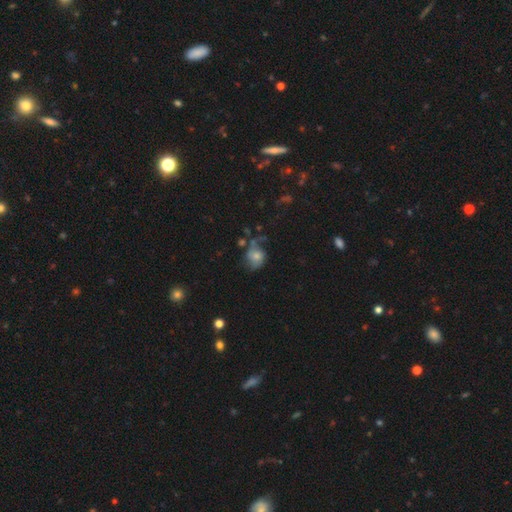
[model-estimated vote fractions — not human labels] Smooth or featured? Predicted: smooth (p=0.49). Merging? Predicted: none (p=0.38).